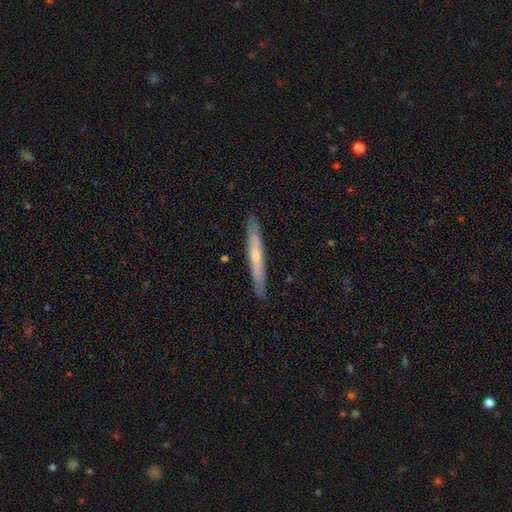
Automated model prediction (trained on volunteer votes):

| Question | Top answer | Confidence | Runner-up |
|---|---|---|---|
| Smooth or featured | featured or disk | 54% | smooth (41%) |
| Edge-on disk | yes | 90% | no (10%) |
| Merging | none | 89% | minor disturbance (8%) |